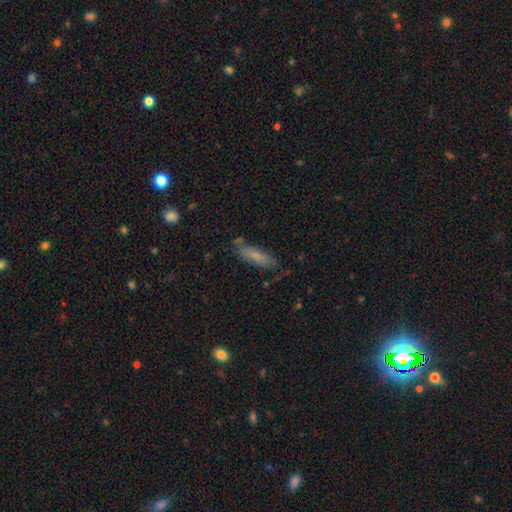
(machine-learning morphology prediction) Overall: smooth (73%). How rounded: cigar-shaped (56%; in between 42%). Merging: none (72%).